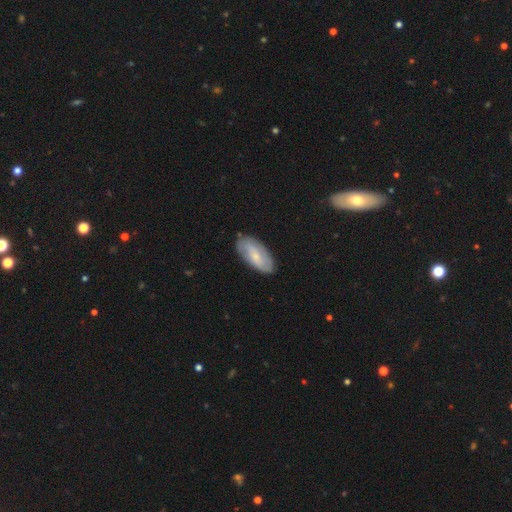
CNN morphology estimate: type=smooth (50%); merging=none (80%).